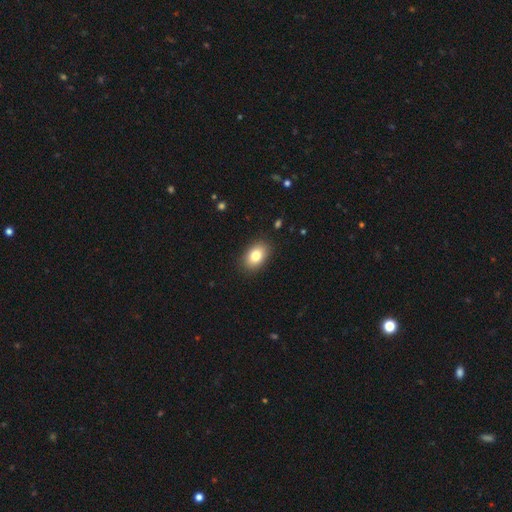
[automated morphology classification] Smooth or featured? smooth (82%)
How rounded? in between (84%)
Merging? none (88%)